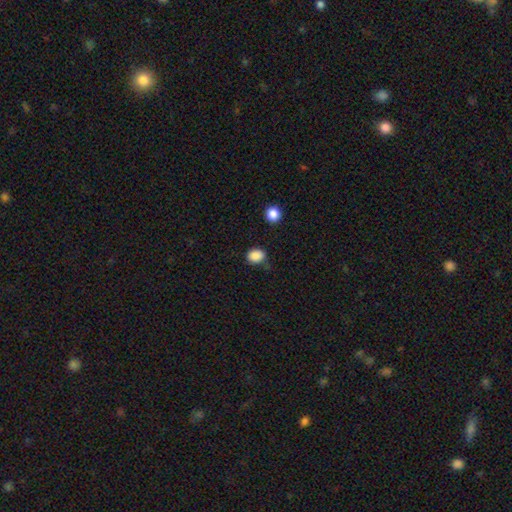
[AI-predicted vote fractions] Smooth or featured: smooth — 87% (star or artifact — 10%)
How rounded: in between — 54% (round — 45%)
Merging: none — 78% (minor disturbance — 15%)